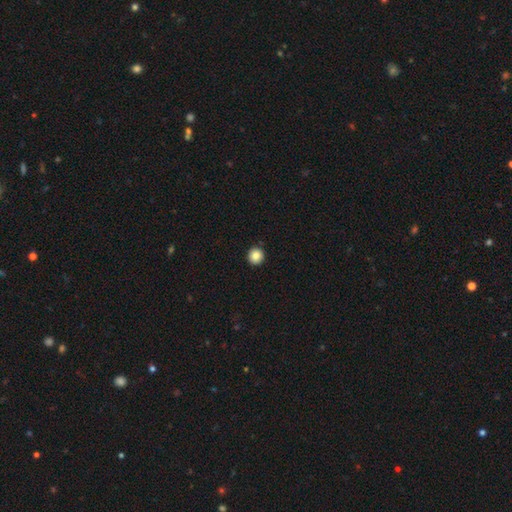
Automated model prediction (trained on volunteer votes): Overall: smooth (86%). How rounded: round (95%). Merging: none (92%).